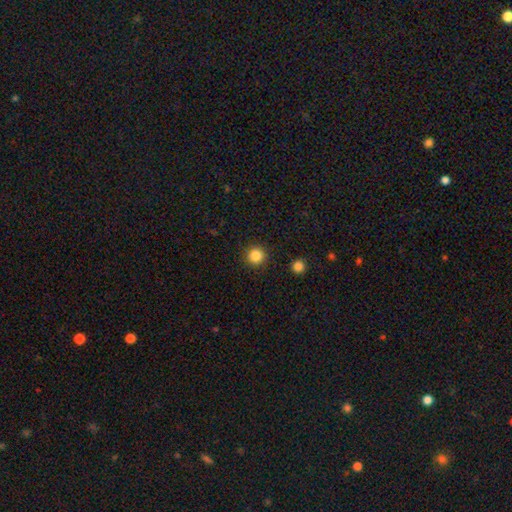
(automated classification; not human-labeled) Smooth or featured? Predicted: smooth (p=0.85). How rounded? Predicted: round (p=0.95). Merging? Predicted: none (p=0.92).